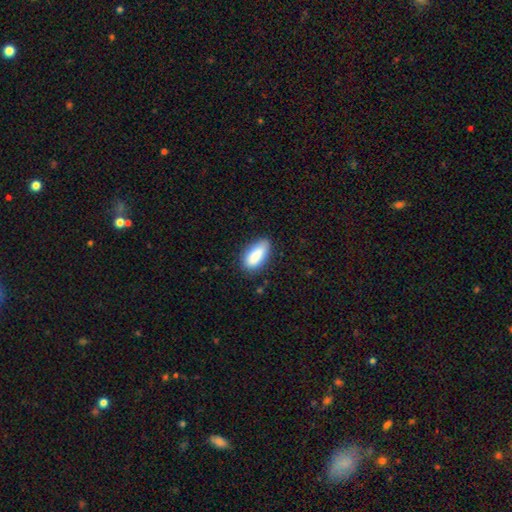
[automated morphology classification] Smooth or featured? Predicted: smooth (p=0.87). How rounded? Predicted: in between (p=0.85). Merging? Predicted: none (p=0.78).